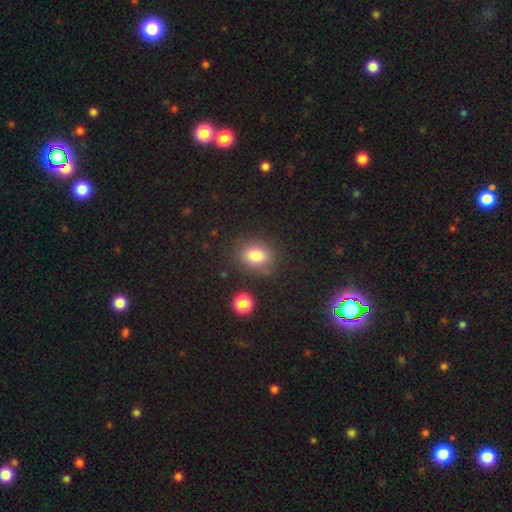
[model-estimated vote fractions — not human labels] This is clearly a smooth galaxy (81%). How rounded: possibly in between (51%). Merging: clearly none (80%).